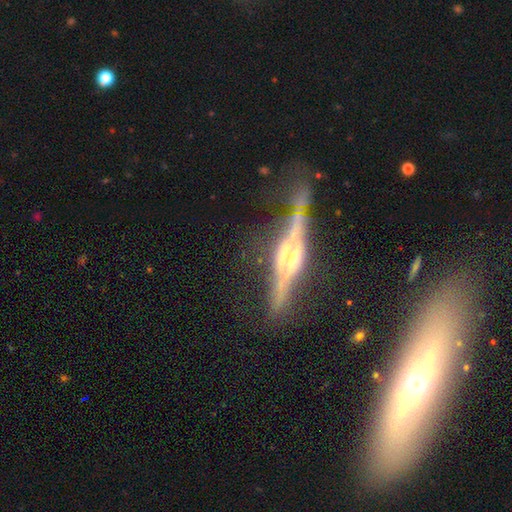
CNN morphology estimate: Overall: featured or disk (85%). Edge-on disk: yes (94%). Edge-on bulge: rounded (69%). Merging: none (68%).